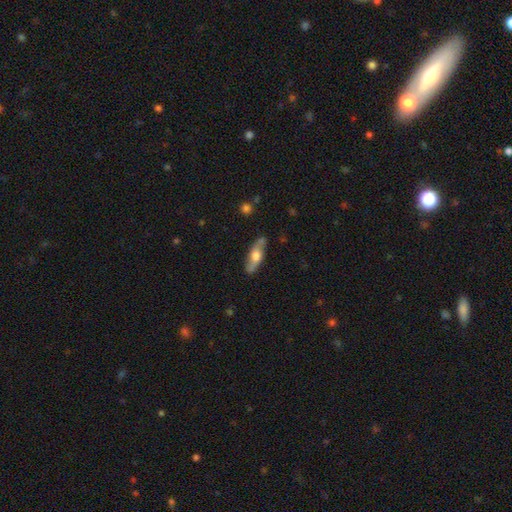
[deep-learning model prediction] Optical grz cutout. It shows a featured or disk galaxy (54%). Merging: none (83%).